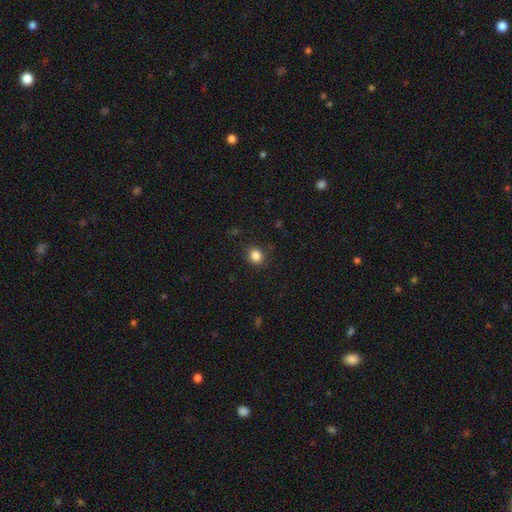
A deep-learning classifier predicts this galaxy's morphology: This is clearly a smooth galaxy (85%). How rounded: likely round (68%). Merging: clearly none (87%).